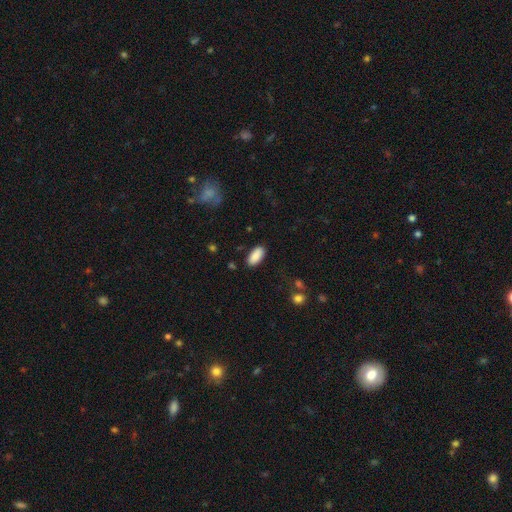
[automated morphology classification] smooth 89%, star or artifact 7%, featured or disk 4%. Down the decision tree: how rounded — in between (90%); merging — none (87%).